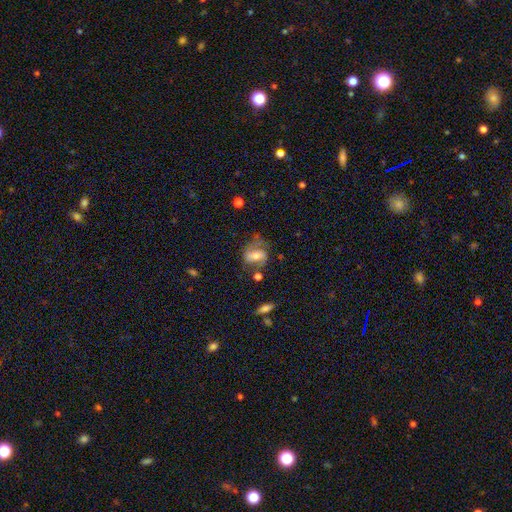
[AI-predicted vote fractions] smooth-or-featured: featured or disk: 49% | smooth: 42% | star or artifact: 9%
  merging: none: 45% | minor disturbance: 25% | major disturbance: 22% | merger: 8%